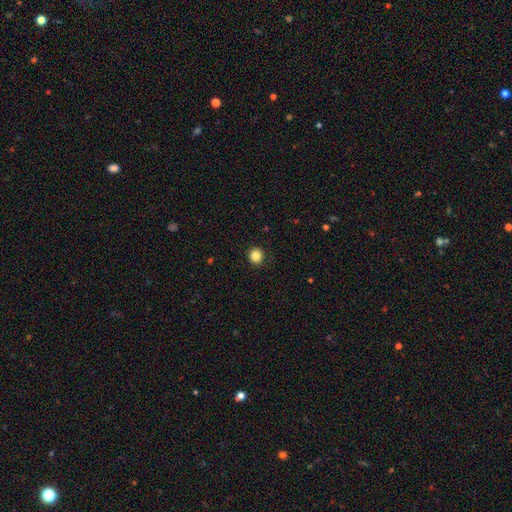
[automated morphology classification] smooth-or-featured: smooth: 85% | star or artifact: 10% | featured or disk: 4%
  how-rounded: round: 86% | in between: 13% | cigar-shaped: 1%
  merging: none: 90% | minor disturbance: 7% | major disturbance: 2% | merger: 1%